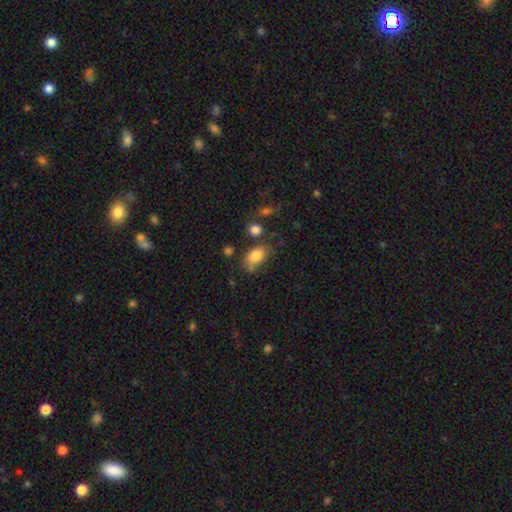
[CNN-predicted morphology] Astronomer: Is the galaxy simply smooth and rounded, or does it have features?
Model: smooth — 81%.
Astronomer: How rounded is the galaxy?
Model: in between — 86%.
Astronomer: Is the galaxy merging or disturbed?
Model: none — 55%.